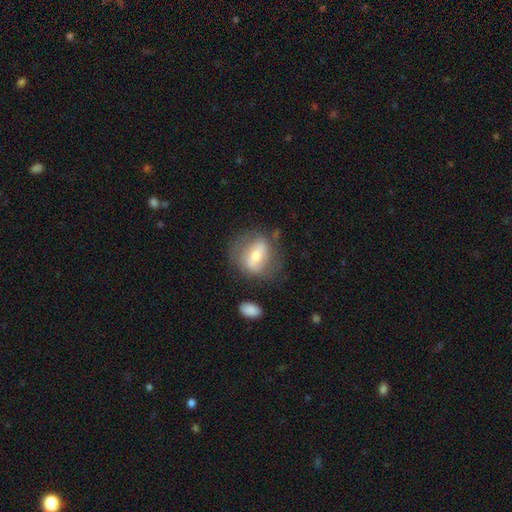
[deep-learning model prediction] This is possibly a featured or disk galaxy (52%). It is clearly not viewed edge-on (92%). Merging: likely none (62%).